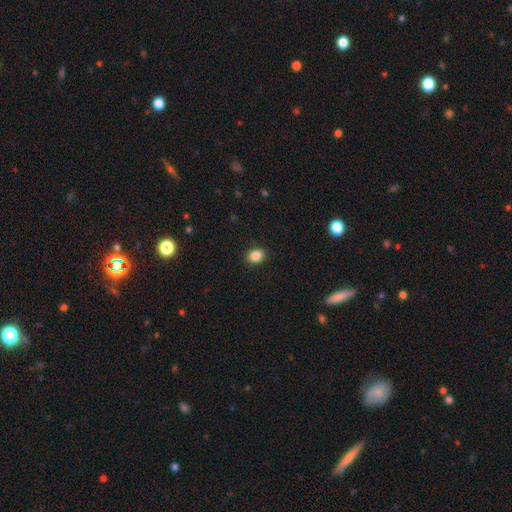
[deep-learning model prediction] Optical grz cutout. It shows a smooth galaxy with no disk features (86%) that is round (54%). Merging: none (90%).